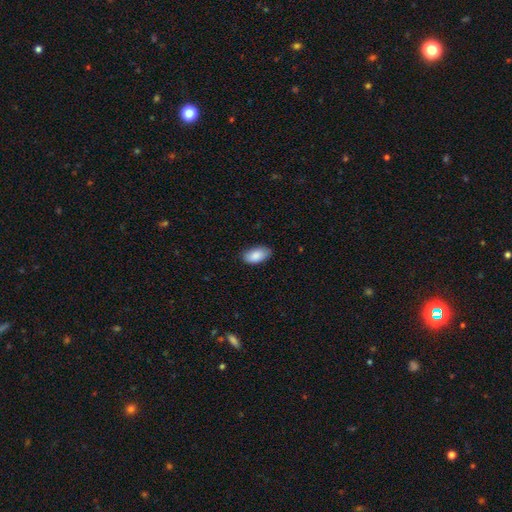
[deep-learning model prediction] smooth 88%, star or artifact 6%, featured or disk 5%. Down the decision tree: how rounded — in between (95%); merging — none (84%).